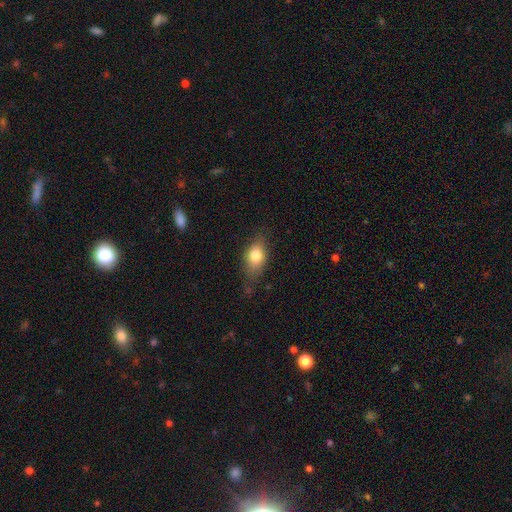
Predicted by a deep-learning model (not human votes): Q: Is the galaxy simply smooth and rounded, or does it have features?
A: smooth — 78%.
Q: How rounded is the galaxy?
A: in between — 79%.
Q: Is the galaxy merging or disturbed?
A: none — 68%.